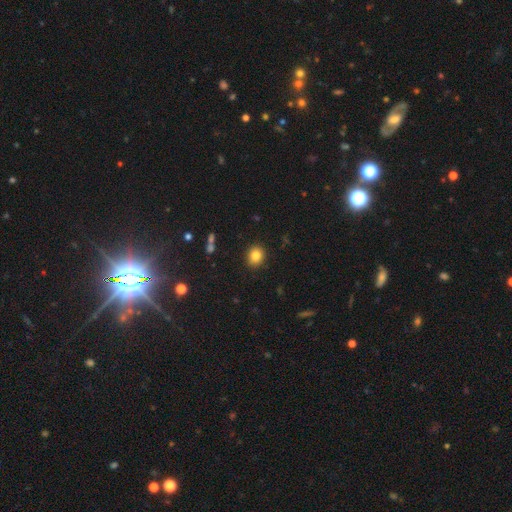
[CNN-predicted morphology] Smooth or featured?
  - smooth: 83% *
  - star or artifact: 10%
  - featured or disk: 7%
How rounded?
  - round: 70% *
  - in between: 29%
  - cigar-shaped: 1%
Merging?
  - none: 89% *
  - minor disturbance: 7%
  - major disturbance: 2%
  - merger: 1%